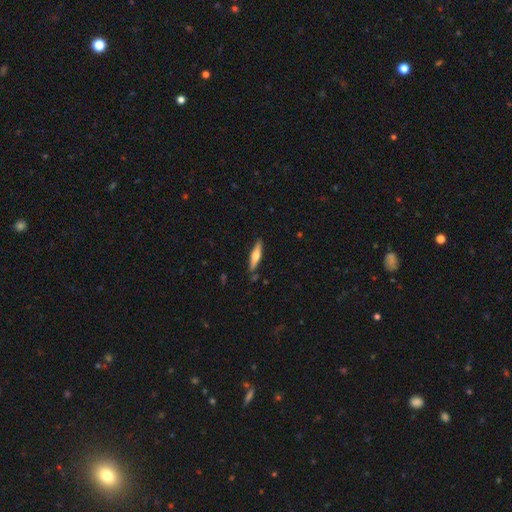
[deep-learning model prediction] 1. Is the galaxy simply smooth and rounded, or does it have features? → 49% featured or disk, 45% smooth, 6% star or artifact.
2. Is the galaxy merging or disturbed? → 85% none, 10% minor disturbance, 2% merger, 2% major disturbance.